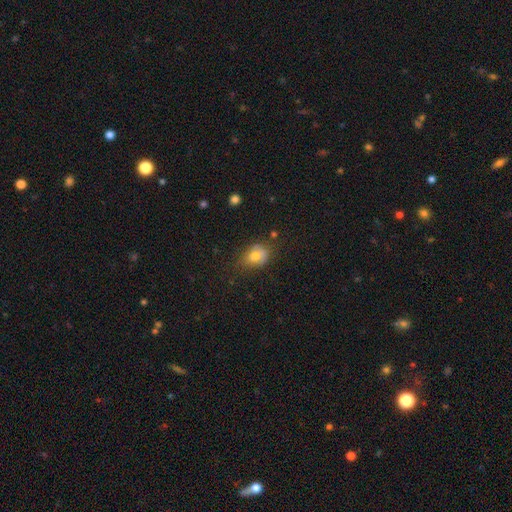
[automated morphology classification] Q: Smooth or featured?
A: smooth (66%); runner-up: featured or disk (23%)
Q: How rounded?
A: in between (65%); runner-up: round (33%)
Q: Merging?
A: none (47%); runner-up: minor disturbance (33%)